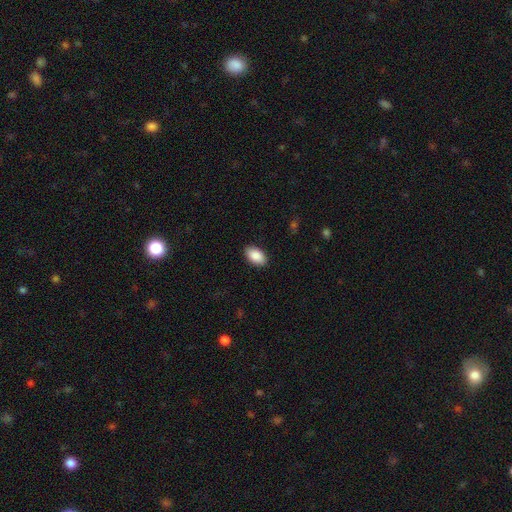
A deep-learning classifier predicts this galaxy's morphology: This appears to be a smooth galaxy with no disk features (89%) that is in between round and cigar-shaped (94%). Merging: none (89%).